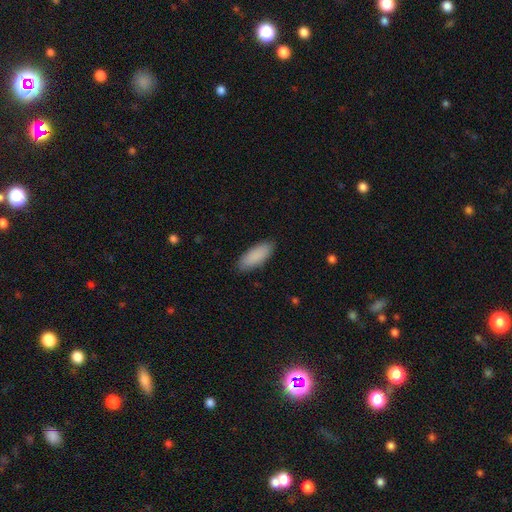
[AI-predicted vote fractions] smooth_or_featured: smooth (p=0.90) [alt: star or artifact p=0.06]
how_rounded: in between (p=0.75) [alt: cigar-shaped p=0.23]
merging: none (p=0.88) [alt: minor disturbance p=0.09]